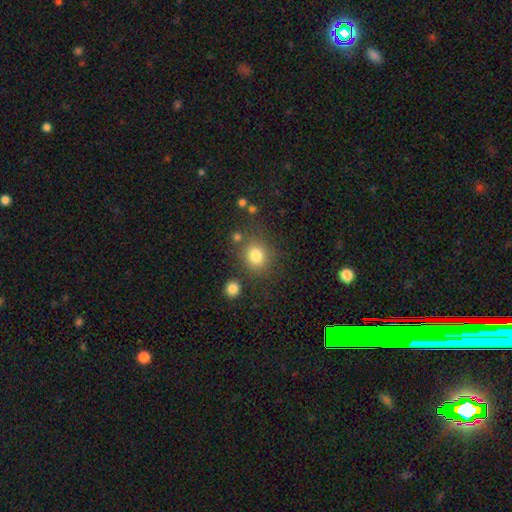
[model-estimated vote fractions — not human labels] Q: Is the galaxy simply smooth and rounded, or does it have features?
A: smooth — 82%.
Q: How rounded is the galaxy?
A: round — 78%.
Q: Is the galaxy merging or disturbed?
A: none — 77%.